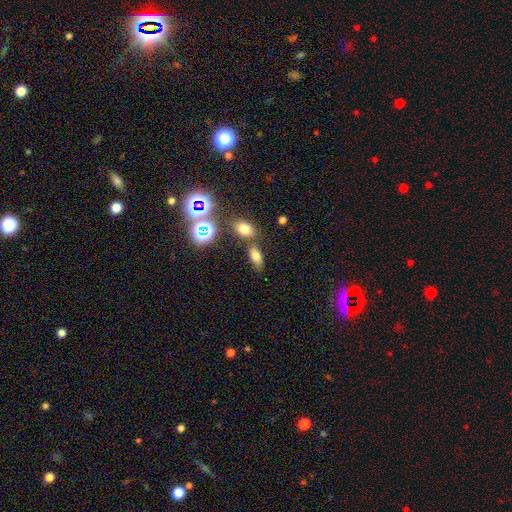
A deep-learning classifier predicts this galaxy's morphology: smooth_or_featured: smooth (p=0.69) [alt: star or artifact p=0.18]
how_rounded: in between (p=0.83) [alt: round p=0.09]
merging: none (p=0.67) [alt: merger p=0.16]